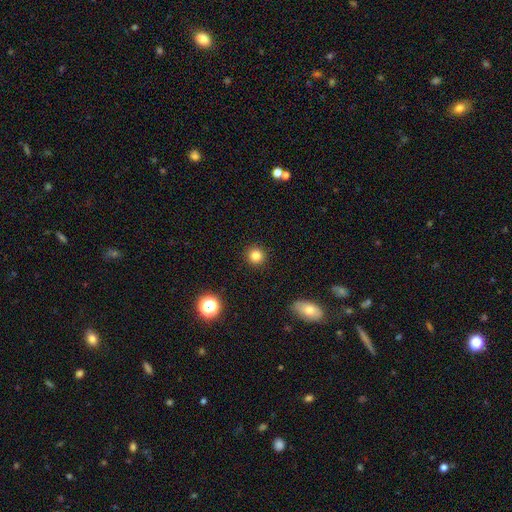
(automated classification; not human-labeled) Smooth or featured? Predicted: smooth (p=0.82). How rounded? Predicted: round (p=0.94). Merging? Predicted: none (p=0.92).